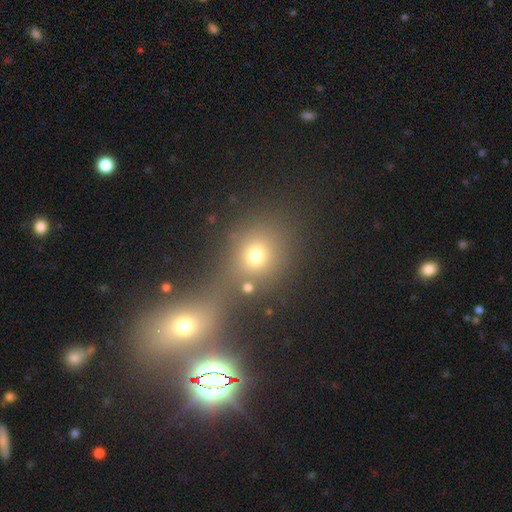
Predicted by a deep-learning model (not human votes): Smooth or featured? Predicted: smooth (p=0.70). How rounded? Predicted: round (p=0.75). Merging? Predicted: none (p=0.53).